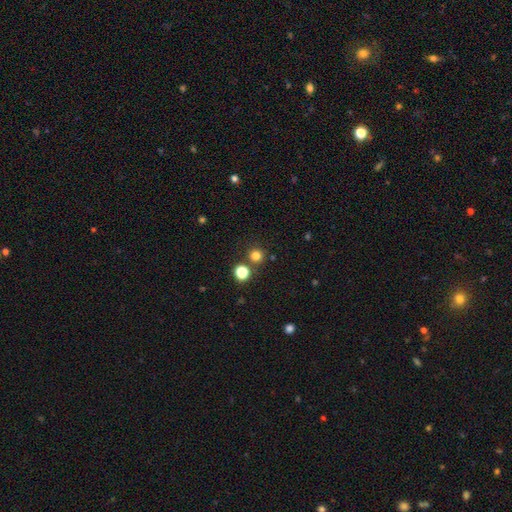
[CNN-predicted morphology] A smooth galaxy with no disk features (77%) that is round (94%). Merging: none (82%).